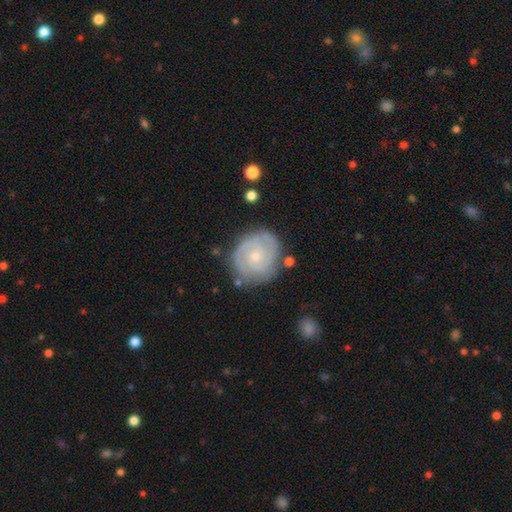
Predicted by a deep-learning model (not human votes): Smooth or featured?
  - featured or disk: 77% *
  - smooth: 18%
  - star or artifact: 5%
Edge-on disk?
  - no: 98% *
  - yes: 2%
Bar?
  - no: 70% *
  - weak: 26%
  - strong: 3%
Spiral arms?
  - yes: 91% *
  - no: 9%
Spiral winding?
  - tight: 64% *
  - medium: 29%
  - loose: 7%
Spiral arm count?
  - 2: 43% *
  - can't tell: 27%
  - 3: 18%
  - 4: 4%
  - 1: 4%
  - more than 4: 3%
Bulge size?
  - small: 66% *
  - moderate: 30%
  - none: 2%
  - large: 1%
  - dominant: 1%
Merging?
  - none: 74% *
  - minor disturbance: 17%
  - major disturbance: 5%
  - merger: 3%